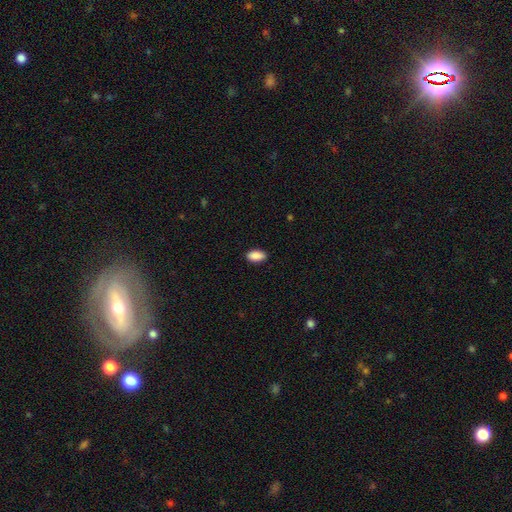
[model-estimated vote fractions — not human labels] A smooth galaxy with no disk features (90%) that is in between round and cigar-shaped (93%).

Vote fractions:
- Smooth or featured? smooth: 90% / star or artifact: 7% / featured or disk: 3%
- How rounded? in between: 93% / cigar-shaped: 4% / round: 4%
- Merging? none: 89% / minor disturbance: 8% / major disturbance: 2% / merger: 1%